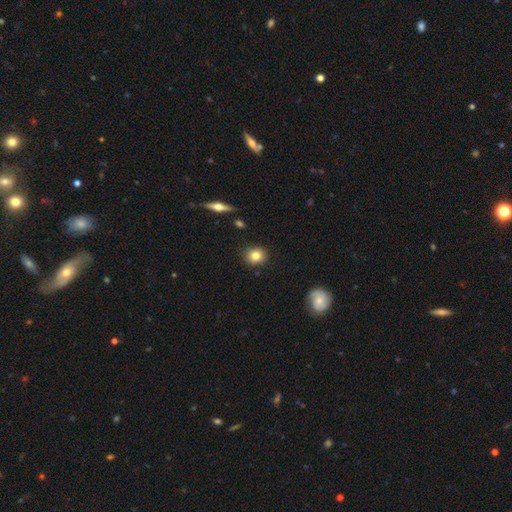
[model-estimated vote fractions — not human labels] smooth-or-featured: smooth: 82% | featured or disk: 9% | star or artifact: 9%
  how-rounded: round: 77% | in between: 21% | cigar-shaped: 1%
  merging: none: 89% | minor disturbance: 8% | major disturbance: 2% | merger: 2%